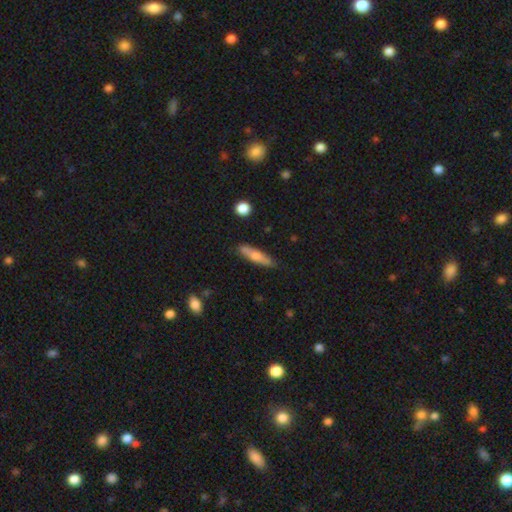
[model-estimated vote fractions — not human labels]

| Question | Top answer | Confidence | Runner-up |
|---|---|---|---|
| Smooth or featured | smooth | 60% | featured or disk (34%) |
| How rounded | cigar-shaped | 80% | in between (18%) |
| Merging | none | 82% | minor disturbance (13%) |